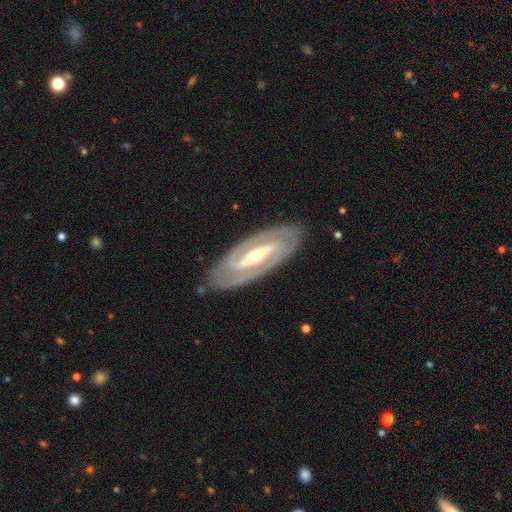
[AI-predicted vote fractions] The model was most divided on "bulge size": moderate: 53%, small: 42%, large: 3%, none: 1%, dominant: 1%. More confident: spiral arms — yes (95%); edge-on disk — no (91%); smooth or featured — featured or disk (89%); merging — none (86%); spiral arm count — 2 (83%); spiral winding — tight (59%); bar — strong (57%).